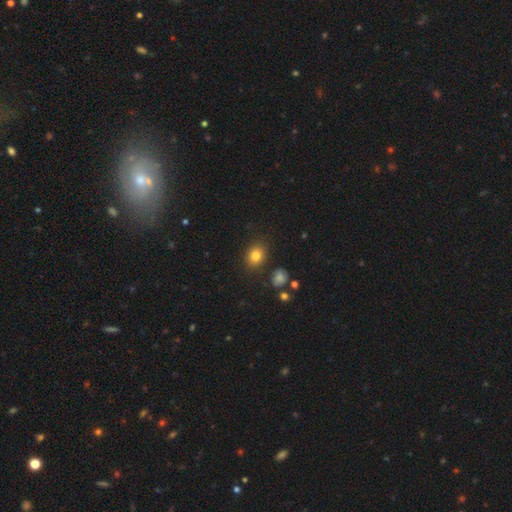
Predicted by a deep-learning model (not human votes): Smooth or featured?
  - smooth: 81% *
  - star or artifact: 11%
  - featured or disk: 7%
How rounded?
  - in between: 50% *
  - round: 49%
  - cigar-shaped: 1%
Merging?
  - none: 84% *
  - minor disturbance: 10%
  - major disturbance: 3%
  - merger: 3%